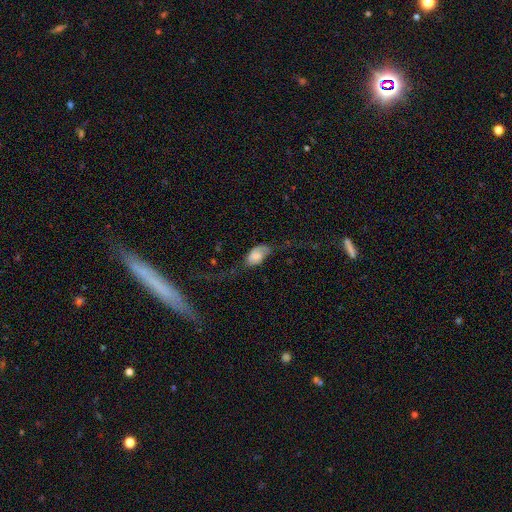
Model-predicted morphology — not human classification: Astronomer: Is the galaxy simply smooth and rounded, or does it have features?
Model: smooth — 58% (runner-up: featured or disk, 33%).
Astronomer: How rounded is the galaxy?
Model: in between — 92%.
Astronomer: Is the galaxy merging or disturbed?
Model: major disturbance — 44% (runner-up: none, 28%).